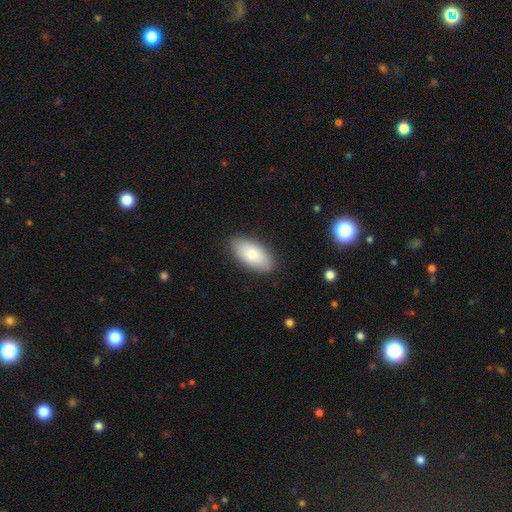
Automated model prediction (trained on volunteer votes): This is clearly a smooth galaxy (82%). How rounded: clearly in between (94%). Merging: clearly none (86%).